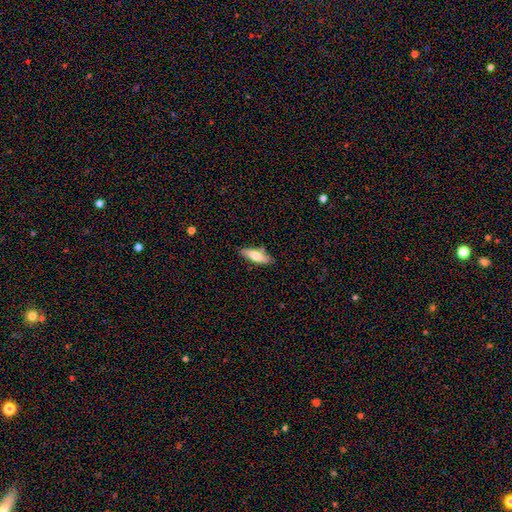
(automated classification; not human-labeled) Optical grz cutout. It shows a smooth galaxy with no disk features (72%) that is in between round and cigar-shaped (58%). Merging: none (75%).